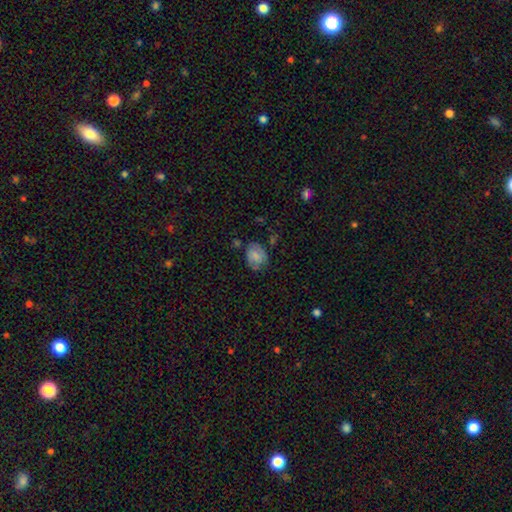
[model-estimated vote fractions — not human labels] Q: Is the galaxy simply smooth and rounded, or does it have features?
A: smooth — 70%.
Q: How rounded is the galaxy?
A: in between — 53%.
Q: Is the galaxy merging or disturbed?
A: none — 62%.